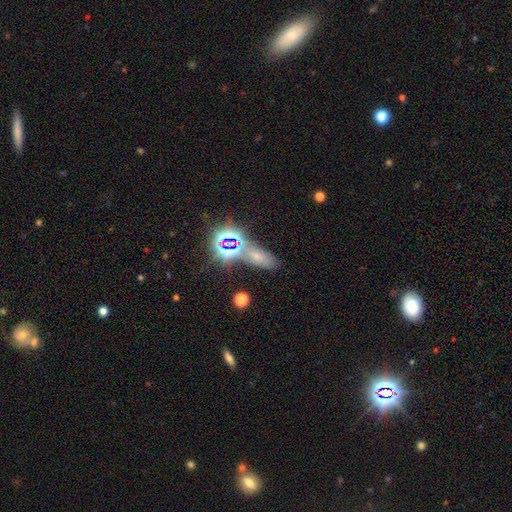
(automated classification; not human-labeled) Overall: smooth (44%; star or artifact 43%). Merging: none (63%).